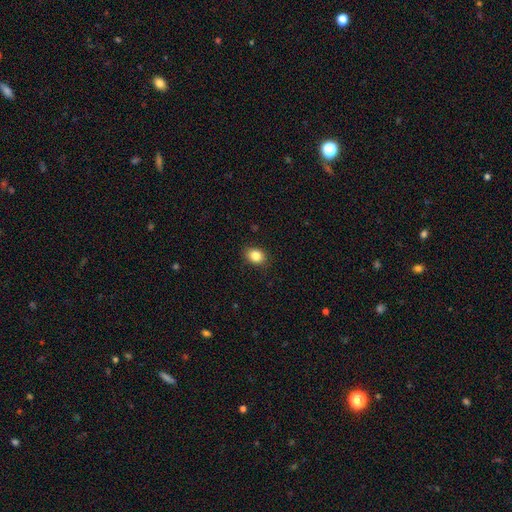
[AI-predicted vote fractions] A smooth galaxy with no disk features (84%) that is in between round and cigar-shaped (58%).

Vote fractions:
- Smooth or featured? smooth: 84% / star or artifact: 10% / featured or disk: 6%
- How rounded? in between: 58% / round: 41% / cigar-shaped: 1%
- Merging? none: 88% / minor disturbance: 9% / major disturbance: 2% / merger: 1%